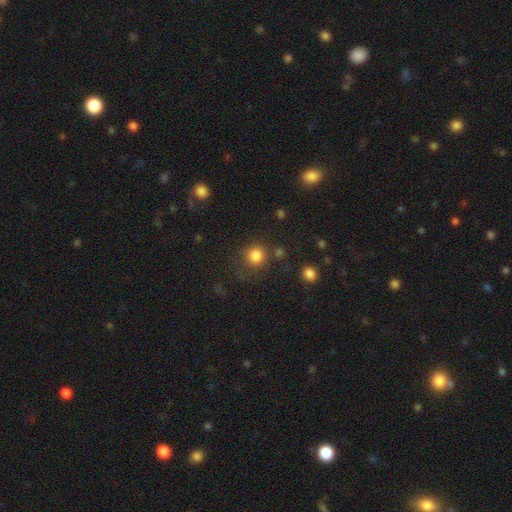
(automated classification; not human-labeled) Overall: smooth (83%). How rounded: round (90%). Merging: none (75%).